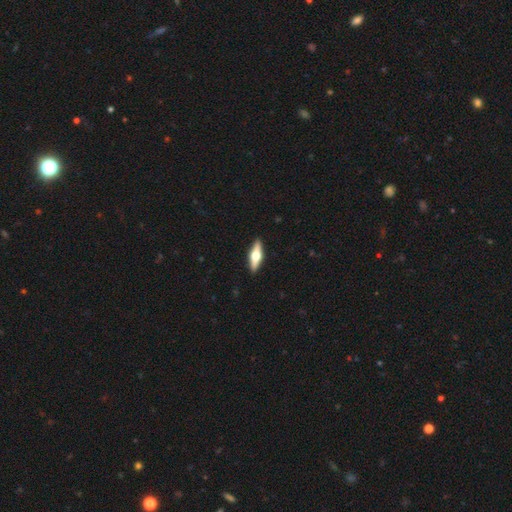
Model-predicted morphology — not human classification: smooth-or-featured: featured or disk: 59% | smooth: 36% | star or artifact: 5%
  disk-edge-on: yes: 94% | no: 6%
    edge-on-bulge: rounded: 96% | boxy: 3% | none: 2%
  merging: none: 91% | minor disturbance: 6% | major disturbance: 1% | merger: 1%